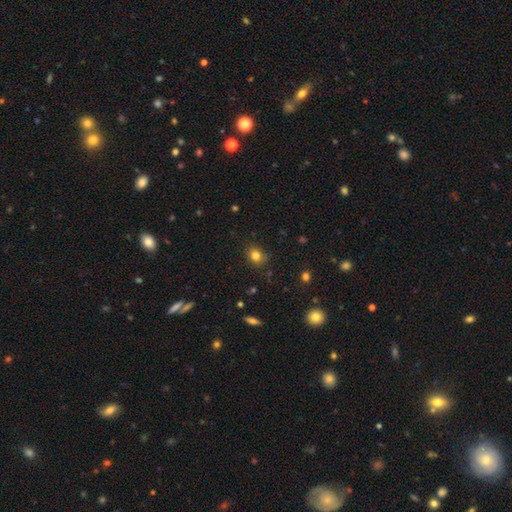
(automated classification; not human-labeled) smooth-or-featured: smooth: 81% | star or artifact: 13% | featured or disk: 6%
  how-rounded: round: 68% | in between: 31% | cigar-shaped: 1%
  merging: none: 83% | minor disturbance: 12% | major disturbance: 3% | merger: 2%